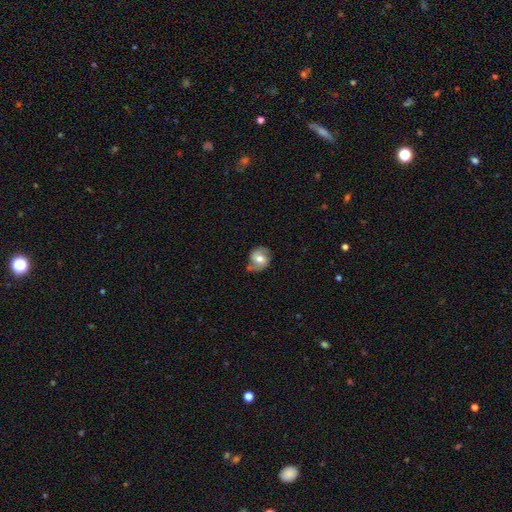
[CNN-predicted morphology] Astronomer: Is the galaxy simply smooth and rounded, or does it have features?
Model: featured or disk — 53% (runner-up: smooth, 38%).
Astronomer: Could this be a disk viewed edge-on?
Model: no — 96%.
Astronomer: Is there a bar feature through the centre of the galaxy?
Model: no — 53% (runner-up: weak, 35%).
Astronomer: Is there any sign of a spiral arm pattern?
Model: yes — 80%.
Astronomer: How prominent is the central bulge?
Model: moderate — 71%.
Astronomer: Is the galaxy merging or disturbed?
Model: none — 64%.